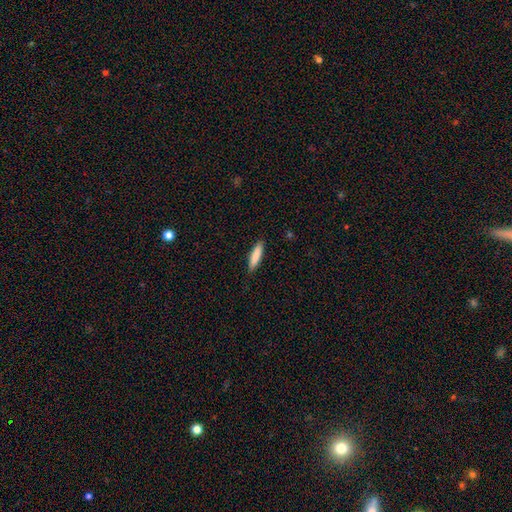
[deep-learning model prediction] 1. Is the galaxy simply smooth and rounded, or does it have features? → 85% smooth, 10% featured or disk, 5% star or artifact.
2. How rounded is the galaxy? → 80% cigar-shaped, 19% in between, 1% round.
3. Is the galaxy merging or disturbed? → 90% none, 7% minor disturbance, 2% major disturbance, 1% merger.